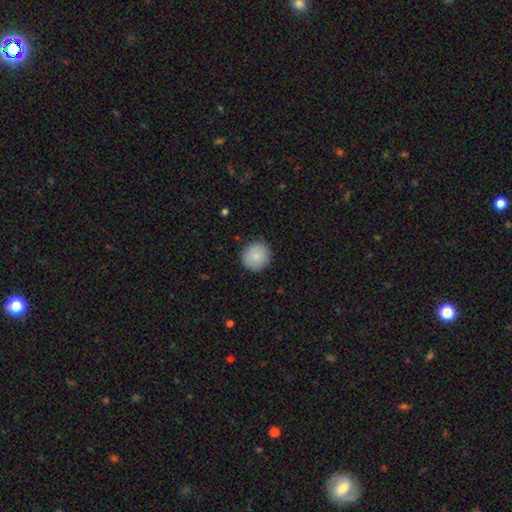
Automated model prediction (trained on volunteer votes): smooth 86%, star or artifact 7%, featured or disk 7%. Down the decision tree: how rounded — round (93%); merging — none (89%).